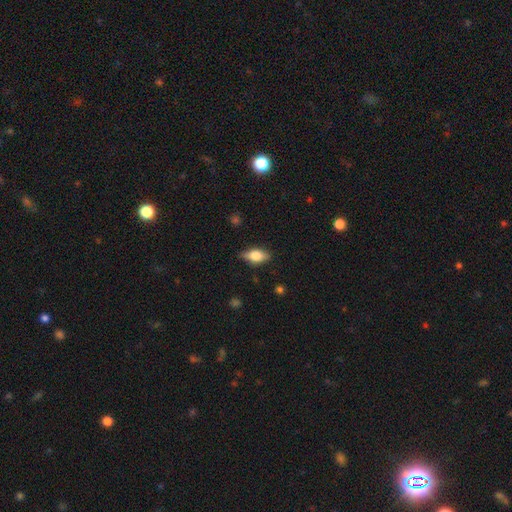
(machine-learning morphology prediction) Smooth or featured? Predicted: smooth (p=0.62). How rounded? Predicted: in between (p=0.82). Merging? Predicted: none (p=0.81).